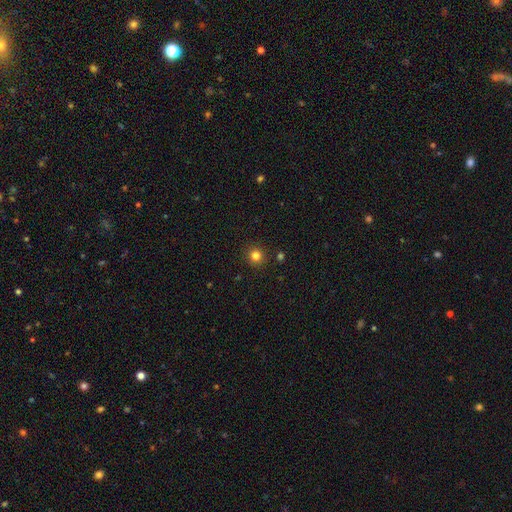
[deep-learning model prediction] A smooth galaxy with no disk features (81%) that is round (94%).

Vote fractions:
- Smooth or featured? smooth: 81% / star or artifact: 14% / featured or disk: 5%
- How rounded? round: 94% / in between: 5% / cigar-shaped: 1%
- Merging? none: 91% / minor disturbance: 5% / major disturbance: 2% / merger: 2%